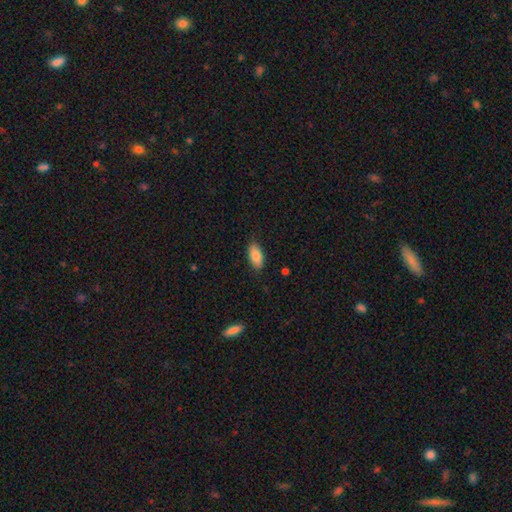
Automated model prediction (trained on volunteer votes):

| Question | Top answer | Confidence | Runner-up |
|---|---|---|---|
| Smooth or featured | smooth | 86% | featured or disk (7%) |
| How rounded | in between | 91% | cigar-shaped (6%) |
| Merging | none | 83% | minor disturbance (13%) |